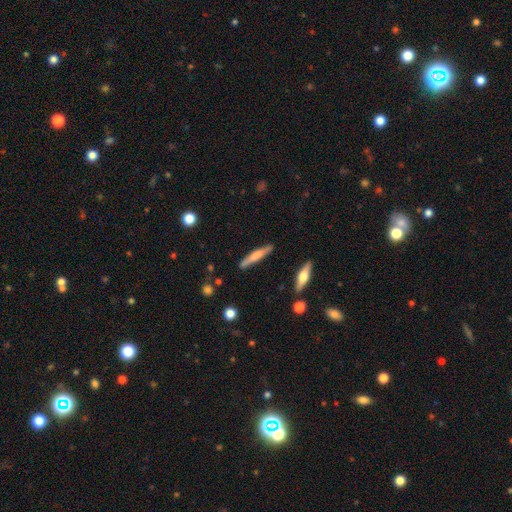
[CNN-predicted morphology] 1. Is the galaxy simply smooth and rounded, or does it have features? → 57% smooth, 37% featured or disk, 6% star or artifact.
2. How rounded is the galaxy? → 91% cigar-shaped, 8% in between, 2% round.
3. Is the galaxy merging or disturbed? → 85% none, 10% minor disturbance, 2% merger, 2% major disturbance.